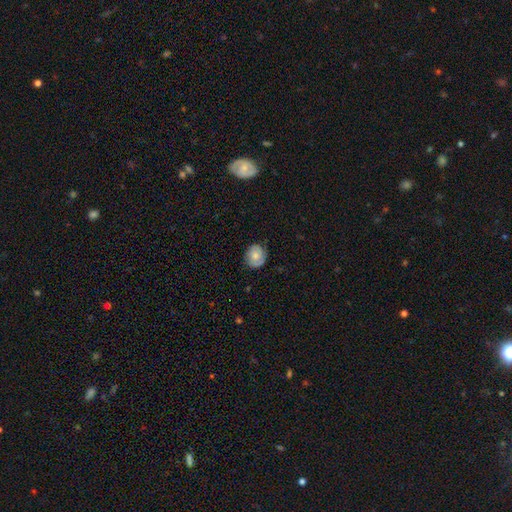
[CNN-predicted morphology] Smooth or featured? smooth (57%)
How rounded? round (78%)
Merging? none (77%)